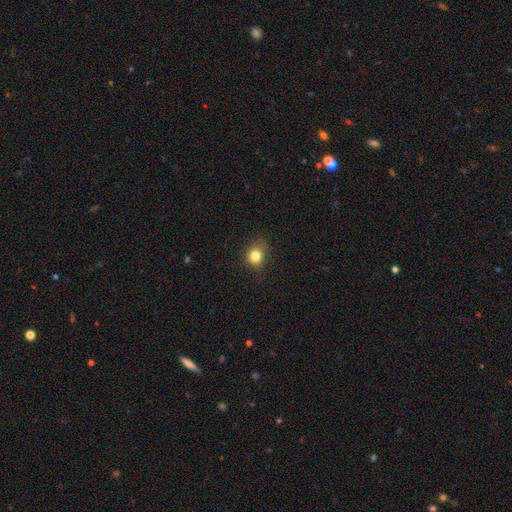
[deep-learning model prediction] The model was most divided on "how rounded": round: 70%, in between: 29%, cigar-shaped: 1%. More confident: smooth or featured — smooth (82%); merging — none (75%).